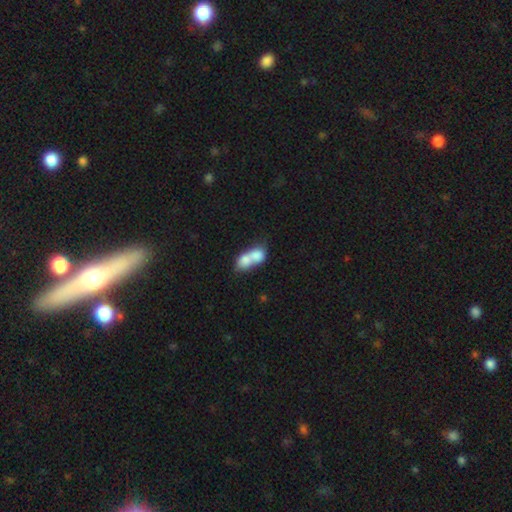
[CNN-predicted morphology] smooth 72%, featured or disk 20%, star or artifact 8%. Down the decision tree: how rounded — in between (63%); merging — merger (78%).